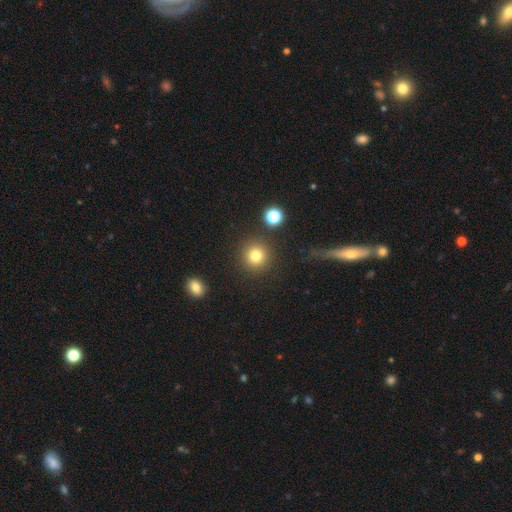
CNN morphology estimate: This appears to be a smooth galaxy with no disk features (80%) that is round (94%). Merging: none (88%).